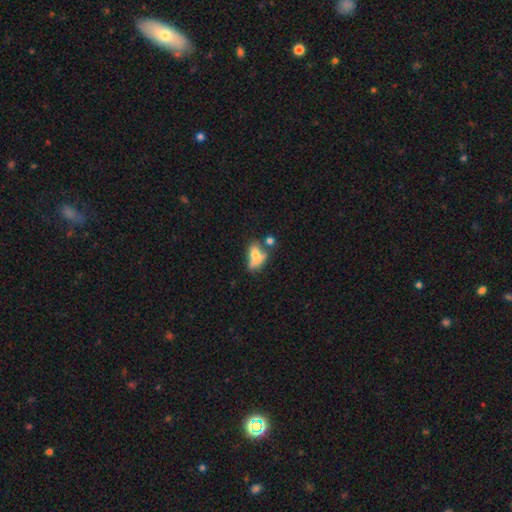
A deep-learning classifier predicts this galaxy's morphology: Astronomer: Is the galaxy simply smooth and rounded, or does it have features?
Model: smooth — 59%.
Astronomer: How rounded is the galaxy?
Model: in between — 75%.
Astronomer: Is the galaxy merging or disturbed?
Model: none — 31% (runner-up: merger, 30%).